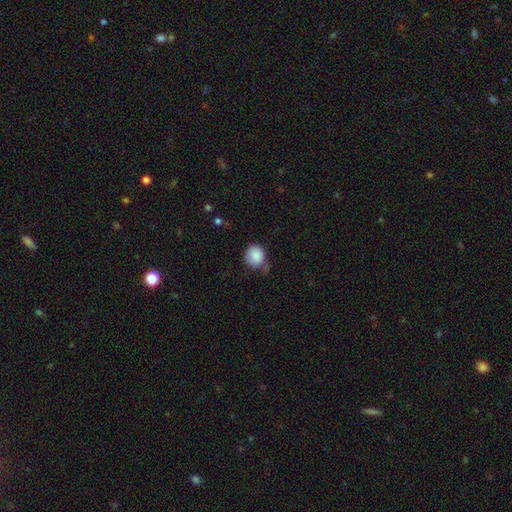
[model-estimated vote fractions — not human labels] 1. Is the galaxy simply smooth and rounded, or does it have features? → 87% smooth, 8% star or artifact, 6% featured or disk.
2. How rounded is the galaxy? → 81% round, 19% in between, 1% cigar-shaped.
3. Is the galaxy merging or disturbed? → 50% none, 35% minor disturbance, 10% major disturbance, 4% merger.